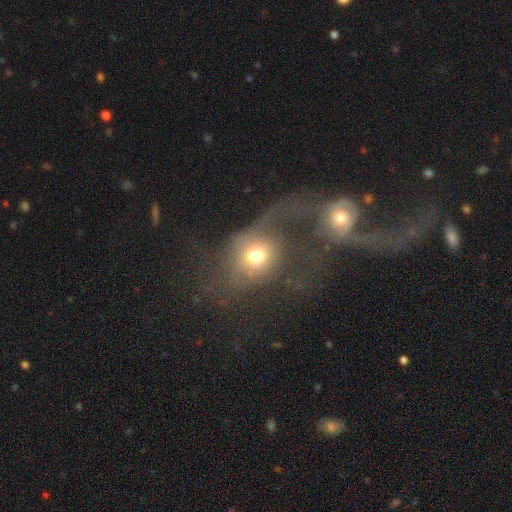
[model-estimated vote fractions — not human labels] Overall: smooth (54%; featured or disk 31%). How rounded: round (72%). Merging: major disturbance (54%; none 25%).